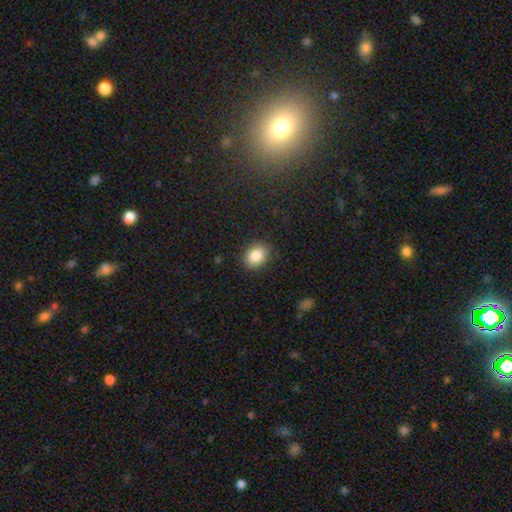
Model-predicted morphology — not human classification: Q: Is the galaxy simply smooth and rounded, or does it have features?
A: smooth — 86%.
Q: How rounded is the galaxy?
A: in between — 59%.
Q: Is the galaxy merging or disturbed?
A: none — 86%.